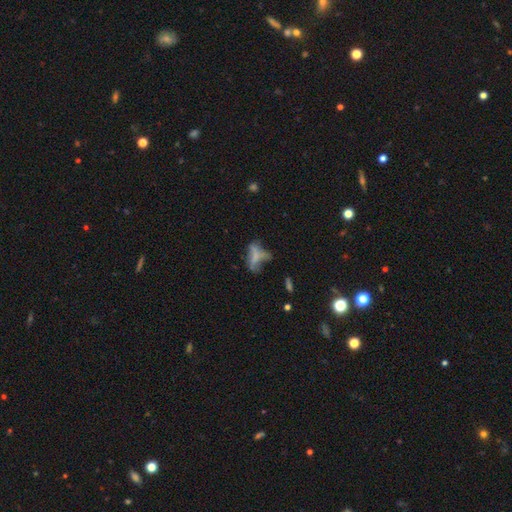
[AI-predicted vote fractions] This is possibly a smooth galaxy (46%). Merging: marginally none (33%).